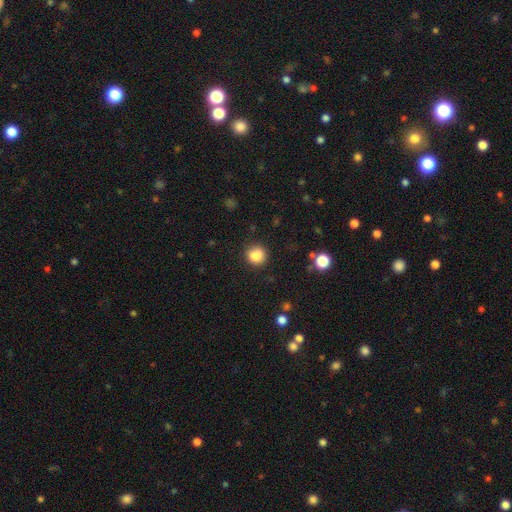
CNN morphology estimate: Smooth or featured? Predicted: smooth (p=0.84). How rounded? Predicted: round (p=0.82). Merging? Predicted: none (p=0.79).